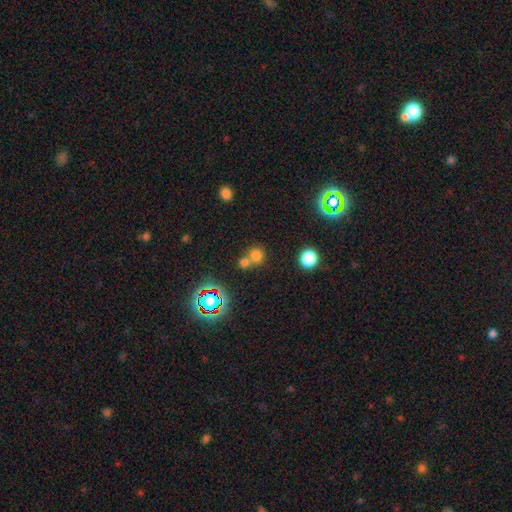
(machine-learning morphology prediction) Smooth or featured: smooth — 70% (star or artifact — 21%)
How rounded: round — 84% (in between — 15%)
Merging: none — 47% (merger — 43%)